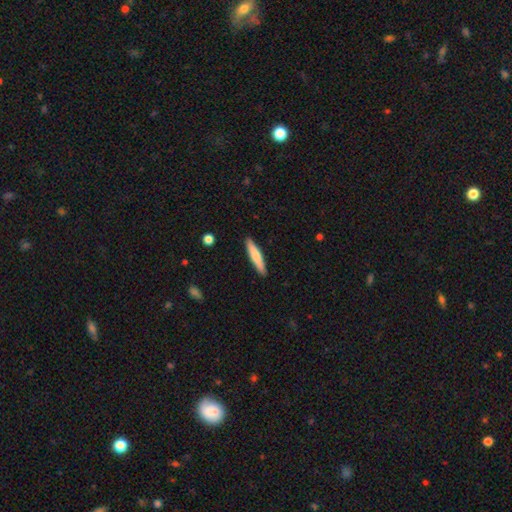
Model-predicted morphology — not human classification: type=smooth (72%); roundness=cigar-shaped (89%); merging=none (90%).